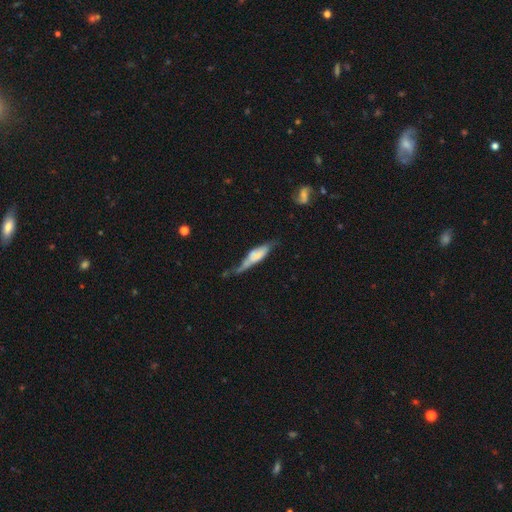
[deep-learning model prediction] This appears to be a smooth galaxy with no disk features (47%). Merging: minor disturbance (31%).